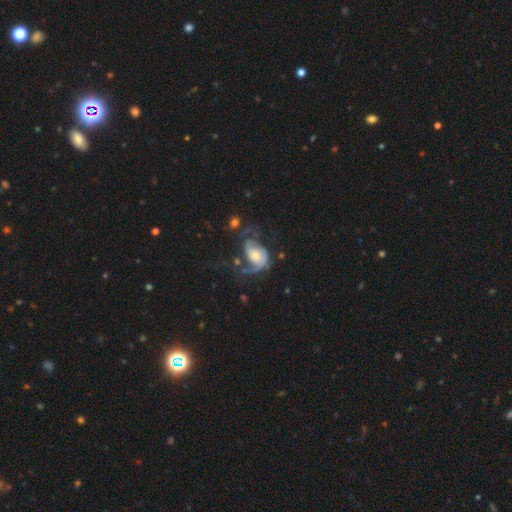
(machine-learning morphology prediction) type=featured or disk (76%); edge-on=no (97%); bar=no (68%); spiral arms=yes (89%); winding=medium (39%); arm count=2 (58%); bulge=moderate (54%); merging=major disturbance (39%).